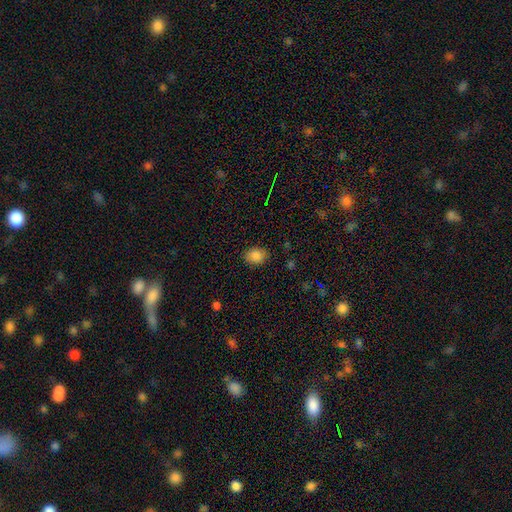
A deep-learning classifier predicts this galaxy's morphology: smooth_or_featured: smooth (p=0.86) [alt: star or artifact p=0.09]
how_rounded: in between (p=0.55) [alt: round p=0.44]
merging: none (p=0.87) [alt: minor disturbance p=0.10]